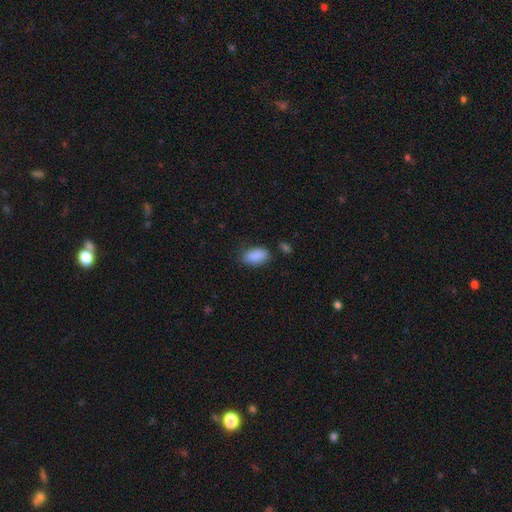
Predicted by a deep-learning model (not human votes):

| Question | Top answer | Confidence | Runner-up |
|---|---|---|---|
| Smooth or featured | smooth | 89% | star or artifact (7%) |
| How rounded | in between | 92% | round (5%) |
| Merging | none | 73% | minor disturbance (20%) |